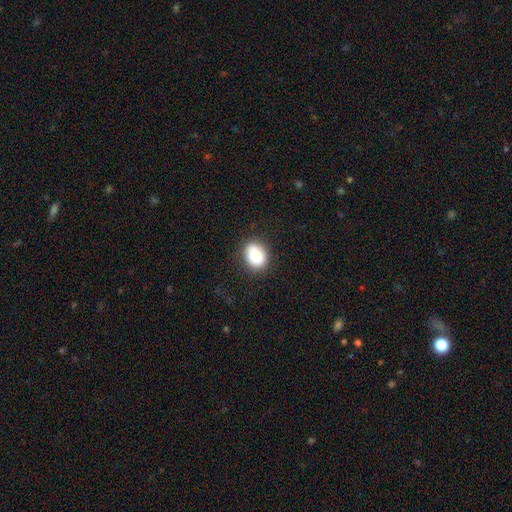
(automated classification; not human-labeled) This appears to be a smooth galaxy with no disk features (84%) that is in between round and cigar-shaped (60%). Merging: none (82%).